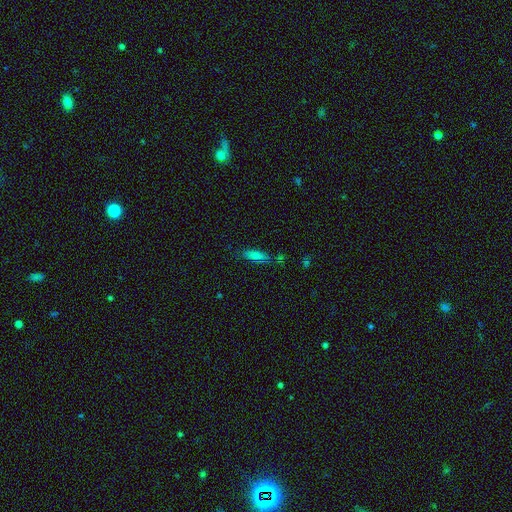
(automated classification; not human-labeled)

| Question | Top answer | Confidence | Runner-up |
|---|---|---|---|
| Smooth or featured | smooth | 80% | star or artifact (10%) |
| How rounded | cigar-shaped | 58% | in between (39%) |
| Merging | none | 75% | minor disturbance (16%) |